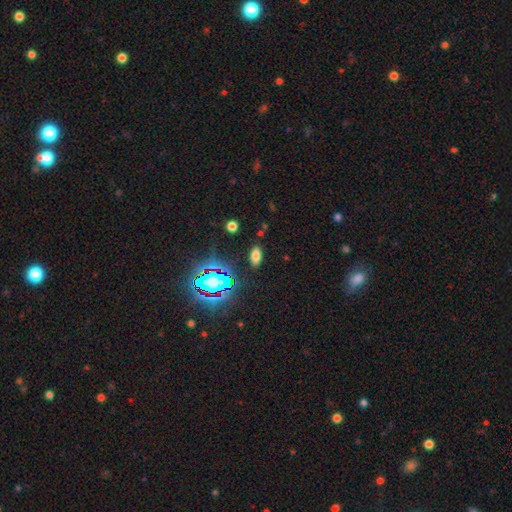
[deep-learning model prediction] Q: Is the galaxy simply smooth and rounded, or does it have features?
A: smooth — 70%.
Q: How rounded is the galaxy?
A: in between — 88%.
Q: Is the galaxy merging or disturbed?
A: none — 86%.